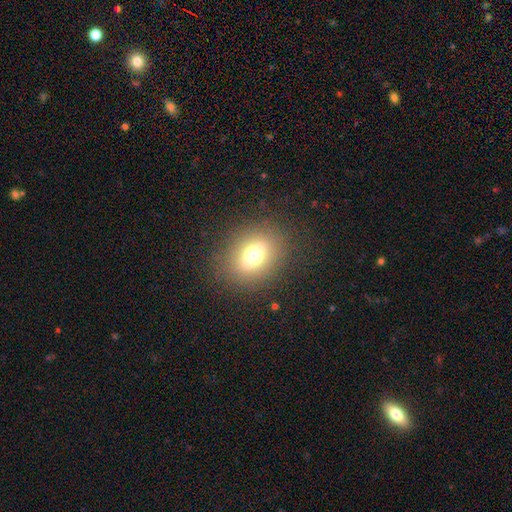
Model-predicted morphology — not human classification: This appears to be a smooth galaxy with no disk features (71%) that is in between round and cigar-shaped (62%). Merging: none (87%).